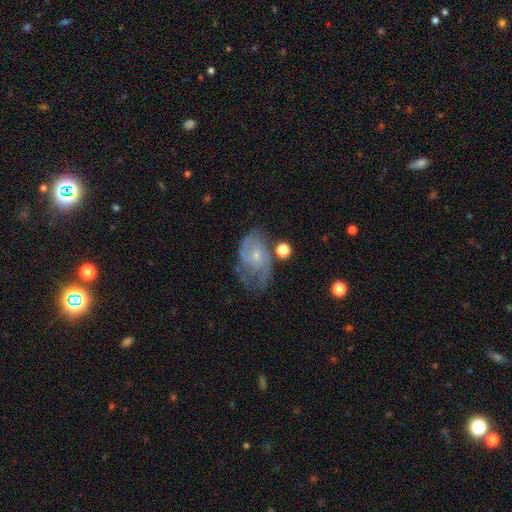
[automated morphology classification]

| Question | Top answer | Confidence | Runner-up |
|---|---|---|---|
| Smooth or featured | featured or disk | 70% | smooth (21%) |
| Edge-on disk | no | 97% | yes (3%) |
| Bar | no | 73% | weak (24%) |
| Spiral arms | yes | 83% | no (17%) |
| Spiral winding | medium | 41% | tight (40%) |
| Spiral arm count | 2 | 45% | can't tell (34%) |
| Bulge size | small | 69% | moderate (23%) |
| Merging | none | 52% | minor disturbance (27%) |